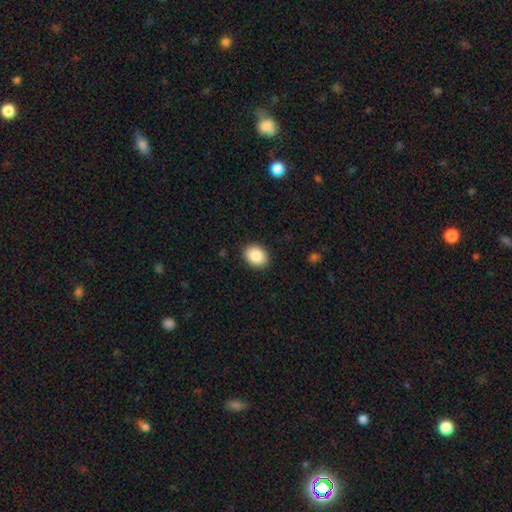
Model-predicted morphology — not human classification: Smooth or featured?
  - smooth: 88% *
  - star or artifact: 8%
  - featured or disk: 5%
How rounded?
  - in between: 57% *
  - round: 42%
  - cigar-shaped: 1%
Merging?
  - none: 90% *
  - minor disturbance: 7%
  - major disturbance: 2%
  - merger: 1%